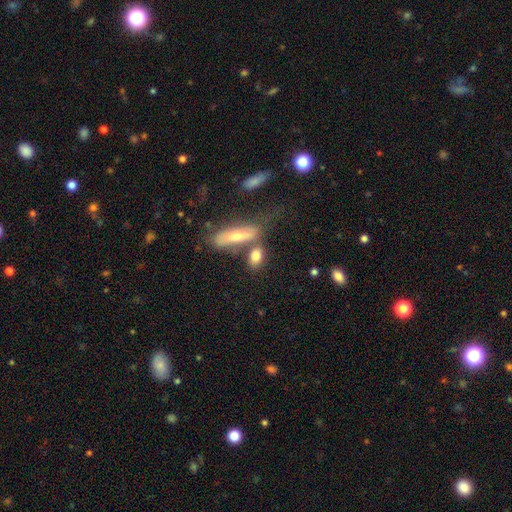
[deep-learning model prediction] smooth-or-featured: smooth: 76% | featured or disk: 16% | star or artifact: 8%
  how-rounded: in between: 70% | cigar-shaped: 18% | round: 12%
  merging: none: 53% | merger: 28% | minor disturbance: 13% | major disturbance: 6%